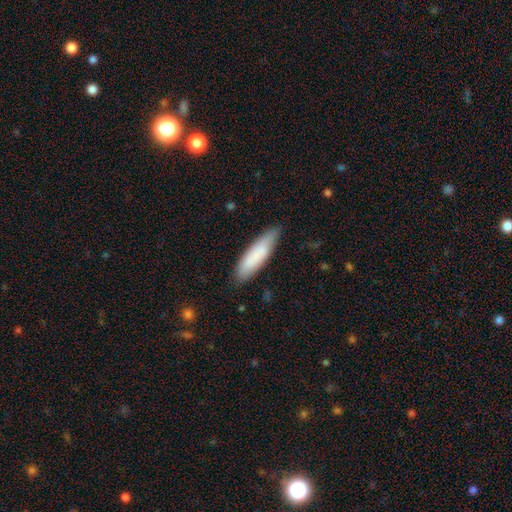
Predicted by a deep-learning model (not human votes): smooth_or_featured: smooth (p=0.80) [alt: featured or disk p=0.14]
how_rounded: cigar-shaped (p=0.59) [alt: in between p=0.39]
merging: none (p=0.77) [alt: minor disturbance p=0.19]